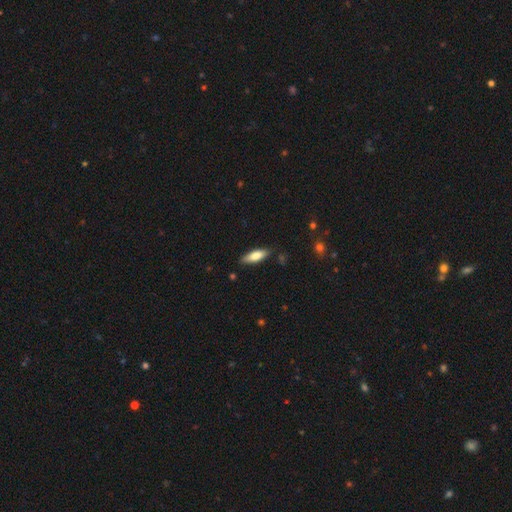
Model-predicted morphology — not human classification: smooth 73%, featured or disk 21%, star or artifact 6%. Down the decision tree: how rounded — in between (52%); merging — none (84%).